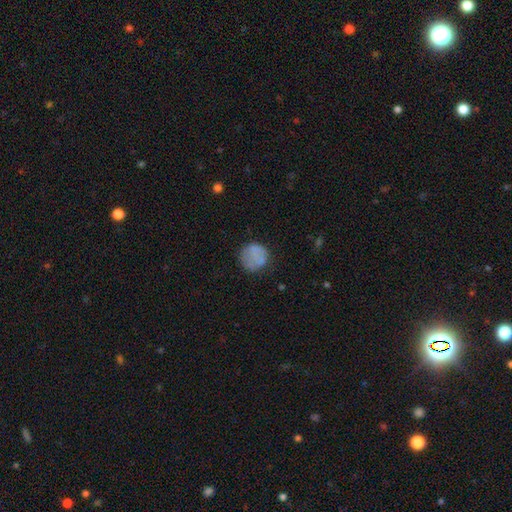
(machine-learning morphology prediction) Smooth or featured?
  - smooth: 75% *
  - featured or disk: 16%
  - star or artifact: 10%
How rounded?
  - round: 89% *
  - in between: 10%
  - cigar-shaped: 1%
Merging?
  - none: 67% *
  - minor disturbance: 20%
  - major disturbance: 10%
  - merger: 3%